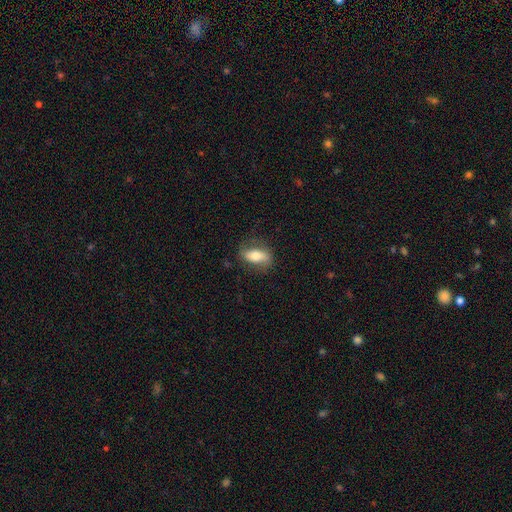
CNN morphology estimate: A smooth galaxy with no disk features (57%) that is in between round and cigar-shaped (79%).

Vote fractions:
- Smooth or featured? smooth: 57% / featured or disk: 36% / star or artifact: 7%
- How rounded? in between: 79% / cigar-shaped: 15% / round: 7%
- Merging? none: 75% / minor disturbance: 17% / major disturbance: 6% / merger: 1%